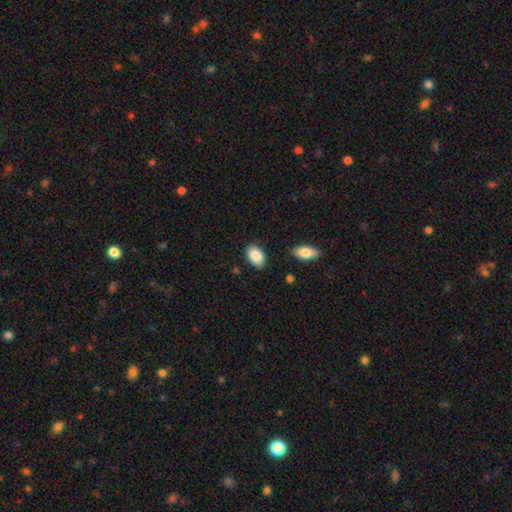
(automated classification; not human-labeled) A smooth galaxy with no disk features (88%) that is in between round and cigar-shaped (90%).

Vote fractions:
- Smooth or featured? smooth: 88% / star or artifact: 6% / featured or disk: 5%
- How rounded? in between: 90% / round: 9% / cigar-shaped: 1%
- Merging? none: 83% / minor disturbance: 13% / major disturbance: 3% / merger: 2%